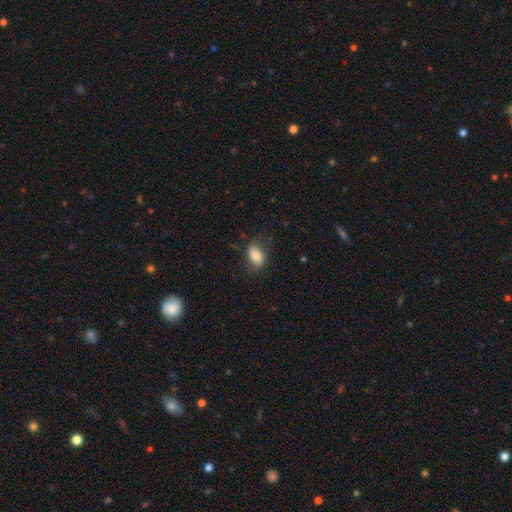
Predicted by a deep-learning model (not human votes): A smooth galaxy with no disk features (80%) that is in between round and cigar-shaped (88%).

Vote fractions:
- Smooth or featured? smooth: 80% / featured or disk: 12% / star or artifact: 8%
- How rounded? in between: 88% / round: 8% / cigar-shaped: 3%
- Merging? none: 69% / minor disturbance: 21% / major disturbance: 8% / merger: 1%